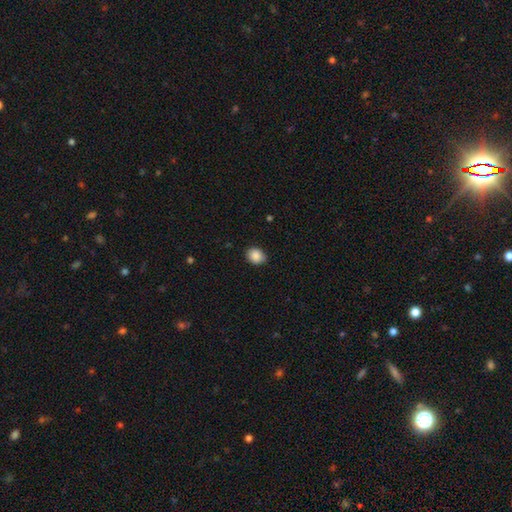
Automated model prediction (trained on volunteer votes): Q: Smooth or featured?
A: smooth (88%); runner-up: star or artifact (8%)
Q: How rounded?
A: in between (51%); runner-up: round (48%)
Q: Merging?
A: none (83%); runner-up: minor disturbance (14%)